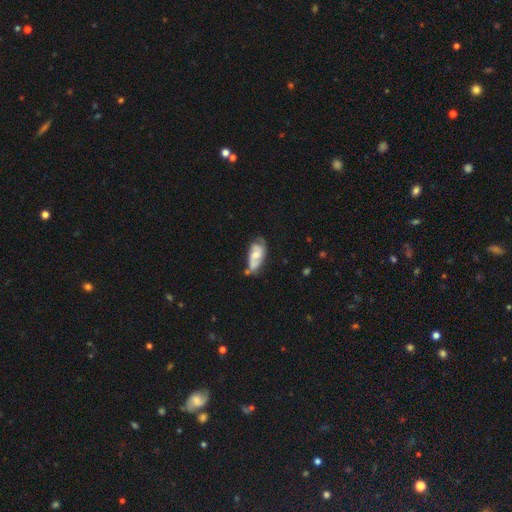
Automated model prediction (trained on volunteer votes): Smooth or featured?
  - featured or disk: 60% *
  - smooth: 33%
  - star or artifact: 7%
Edge-on disk?
  - no: 92% *
  - yes: 8%
Bar?
  - no: 56% *
  - weak: 35%
  - strong: 8%
Spiral arms?
  - yes: 84% *
  - no: 16%
Bulge size?
  - moderate: 41% *
  - small: 35%
  - none: 13%
  - large: 10%
  - dominant: 2%
Merging?
  - none: 44% *
  - minor disturbance: 31%
  - major disturbance: 14%
  - merger: 11%